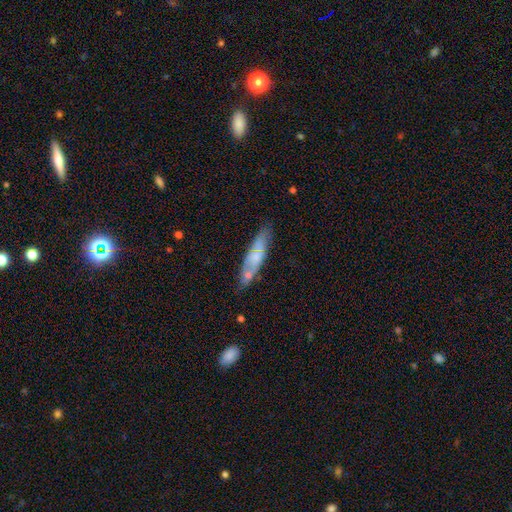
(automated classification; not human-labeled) Smooth or featured?
  - smooth: 56% *
  - featured or disk: 37%
  - star or artifact: 7%
How rounded?
  - cigar-shaped: 72% *
  - in between: 26%
  - round: 2%
Merging?
  - none: 63% *
  - minor disturbance: 21%
  - merger: 10%
  - major disturbance: 6%